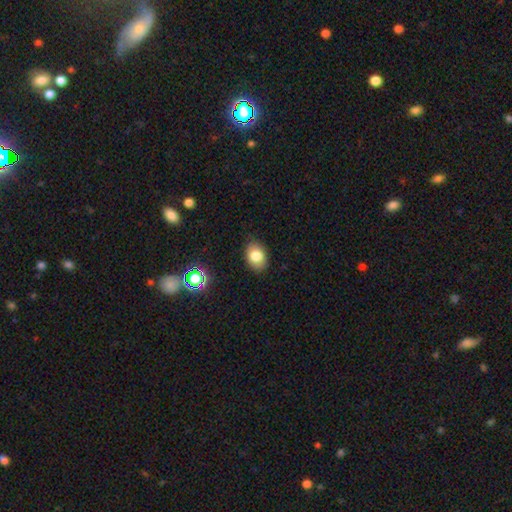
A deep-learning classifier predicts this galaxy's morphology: Q: Smooth or featured?
A: smooth (80%); runner-up: star or artifact (11%)
Q: How rounded?
A: in between (75%); runner-up: round (24%)
Q: Merging?
A: none (85%); runner-up: minor disturbance (12%)